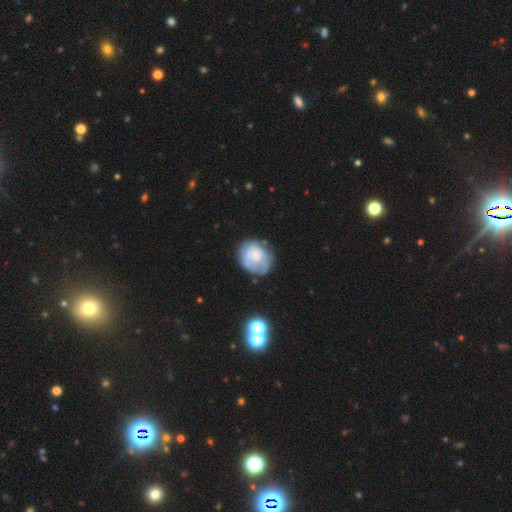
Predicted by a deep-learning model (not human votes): smooth-or-featured: smooth: 53% | featured or disk: 39% | star or artifact: 8%
  how-rounded: round: 61% | in between: 38% | cigar-shaped: 1%
  merging: none: 58% | minor disturbance: 26% | major disturbance: 13% | merger: 4%